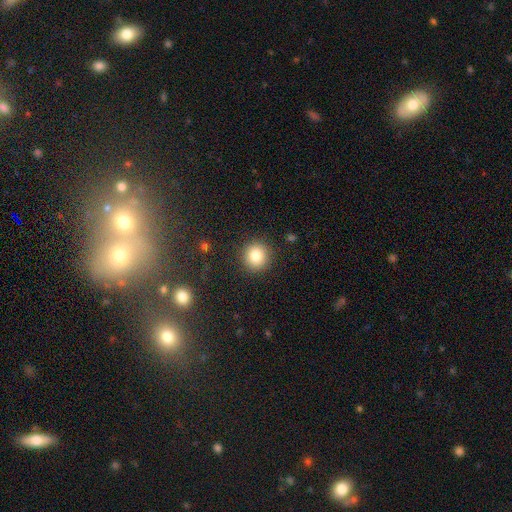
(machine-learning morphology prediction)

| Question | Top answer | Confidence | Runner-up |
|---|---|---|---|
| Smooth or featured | smooth | 83% | star or artifact (11%) |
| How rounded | round | 93% | in between (6%) |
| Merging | none | 90% | minor disturbance (6%) |